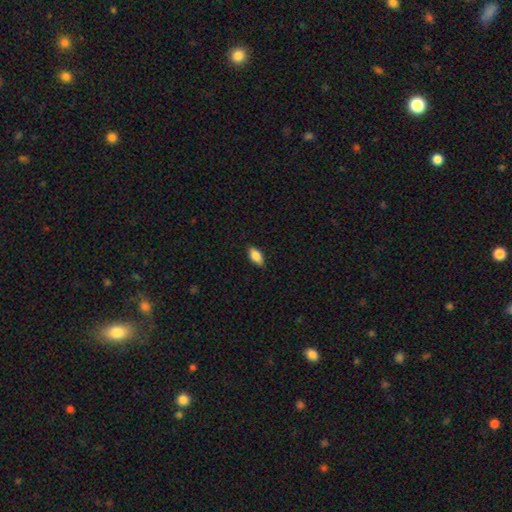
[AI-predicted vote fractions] This is clearly a smooth galaxy (83%). How rounded: clearly in between (89%). Merging: clearly none (85%).